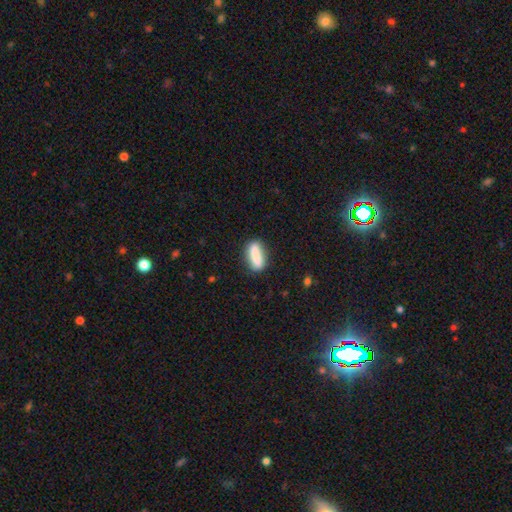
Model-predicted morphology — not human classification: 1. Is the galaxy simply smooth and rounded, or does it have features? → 79% smooth, 14% featured or disk, 8% star or artifact.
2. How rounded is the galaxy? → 50% cigar-shaped, 46% in between, 3% round.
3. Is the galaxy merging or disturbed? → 79% none, 13% minor disturbance, 4% major disturbance, 3% merger.